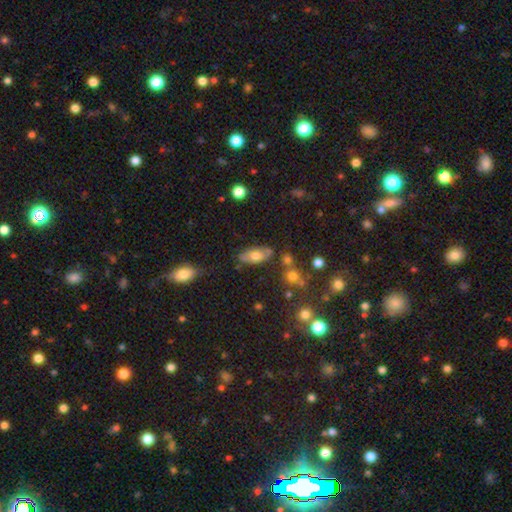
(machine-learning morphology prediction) Smooth or featured? smooth (65%)
How rounded? in between (88%)
Merging? none (69%)